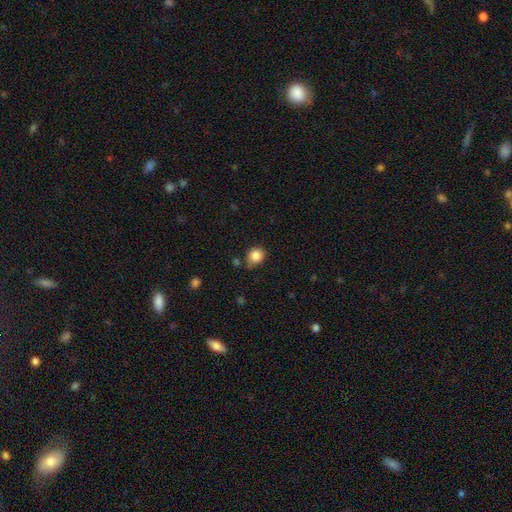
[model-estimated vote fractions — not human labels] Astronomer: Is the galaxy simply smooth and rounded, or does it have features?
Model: smooth — 84%.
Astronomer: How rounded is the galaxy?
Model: round — 73%.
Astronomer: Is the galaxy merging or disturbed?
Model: none — 68%.